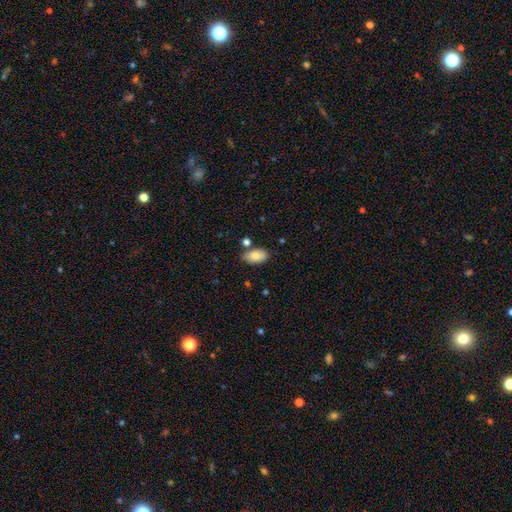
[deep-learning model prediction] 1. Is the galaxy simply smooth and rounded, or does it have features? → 81% smooth, 11% featured or disk, 7% star or artifact.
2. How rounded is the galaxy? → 93% in between, 5% round, 2% cigar-shaped.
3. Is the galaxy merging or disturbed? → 75% none, 15% minor disturbance, 7% merger, 3% major disturbance.